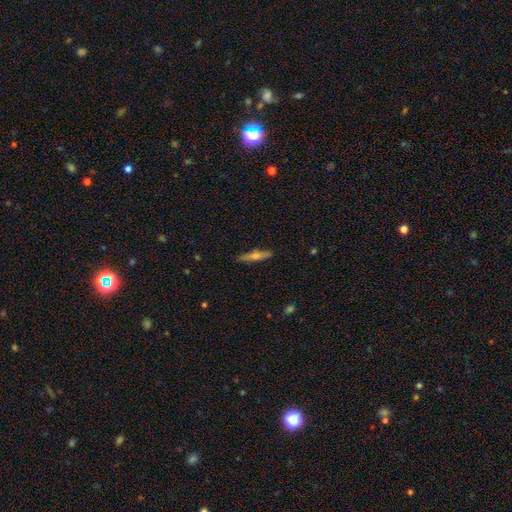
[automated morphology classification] Q: Smooth or featured?
A: featured or disk (50%); runner-up: smooth (43%)
Q: Merging?
A: none (88%); runner-up: minor disturbance (9%)